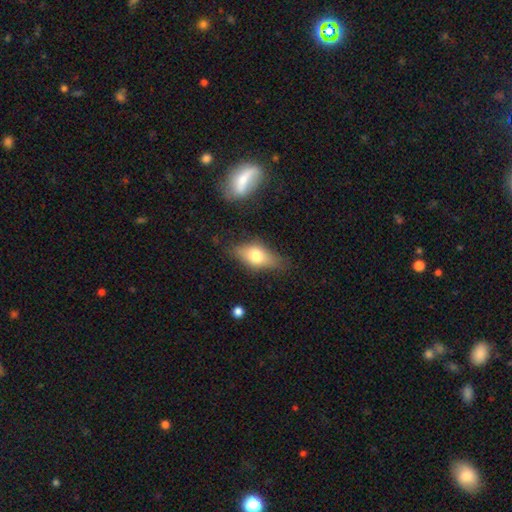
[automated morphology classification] A smooth galaxy with no disk features (66%) that is in between round and cigar-shaped (80%).

Vote fractions:
- Smooth or featured? smooth: 66% / featured or disk: 26% / star or artifact: 8%
- How rounded? in between: 80% / cigar-shaped: 12% / round: 7%
- Merging? none: 71% / minor disturbance: 20% / major disturbance: 6% / merger: 2%